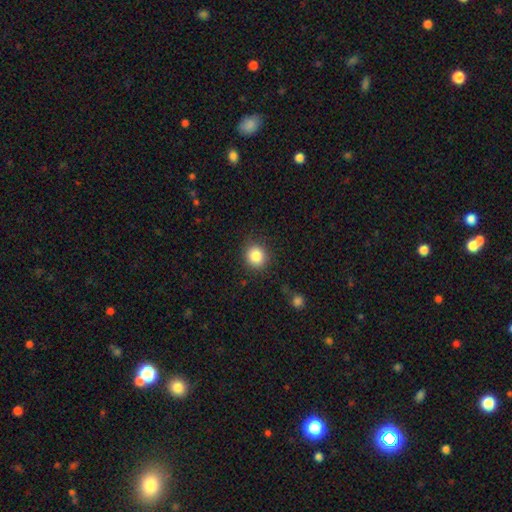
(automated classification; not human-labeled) This appears to be a smooth galaxy with no disk features (85%) that is round (85%). Merging: none (87%).